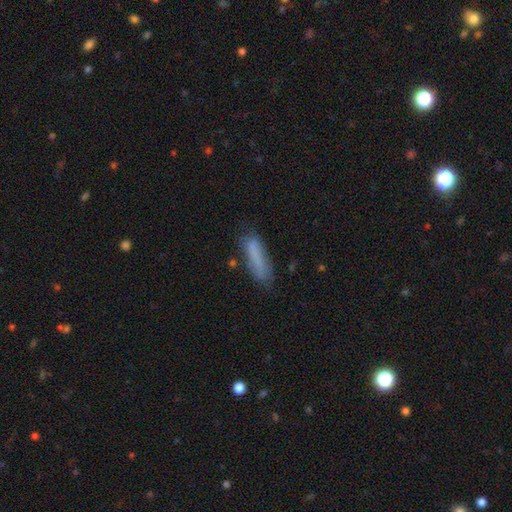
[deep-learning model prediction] A smooth galaxy with no disk features (75%) that is cigar-shaped (71%).

Vote fractions:
- Smooth or featured? smooth: 75% / featured or disk: 16% / star or artifact: 9%
- How rounded? cigar-shaped: 71% / in between: 28% / round: 2%
- Merging? none: 67% / minor disturbance: 22% / major disturbance: 7% / merger: 4%